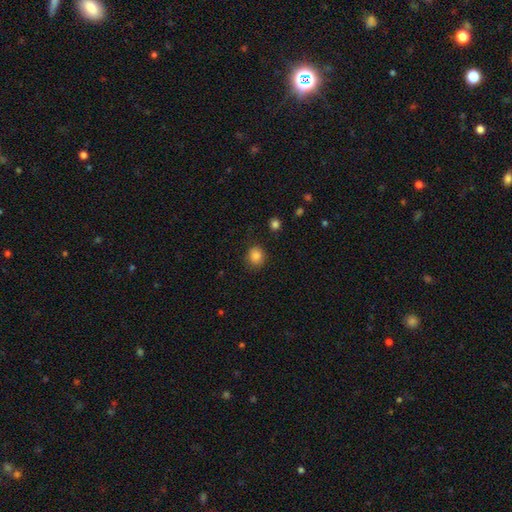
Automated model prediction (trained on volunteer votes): smooth-or-featured: smooth: 85% | star or artifact: 10% | featured or disk: 5%
  how-rounded: round: 78% | in between: 21% | cigar-shaped: 1%
  merging: none: 83% | minor disturbance: 12% | major disturbance: 3% | merger: 2%